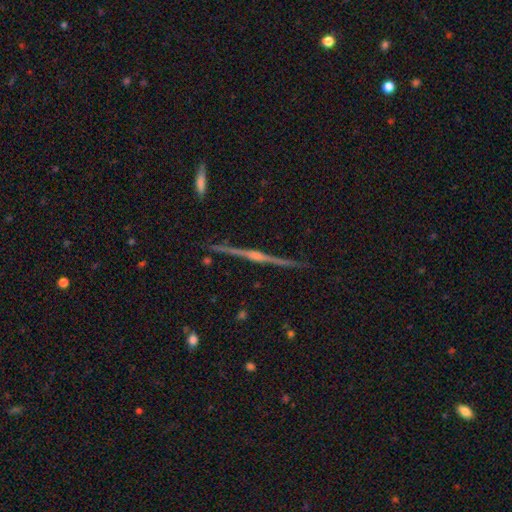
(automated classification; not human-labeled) Smooth or featured: featured or disk — 86% (smooth — 7%)
Edge-on disk: yes — 98% (no — 2%)
Edge-on bulge: rounded — 82% (none — 10%)
Merging: none — 91% (minor disturbance — 6%)